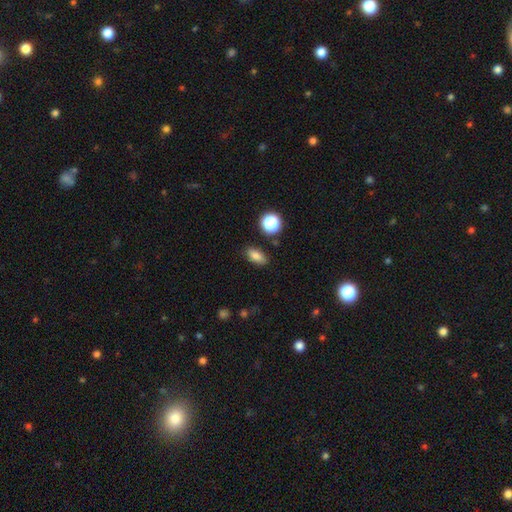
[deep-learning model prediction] Smooth or featured? Predicted: smooth (p=0.82). How rounded? Predicted: in between (p=0.83). Merging? Predicted: none (p=0.85).